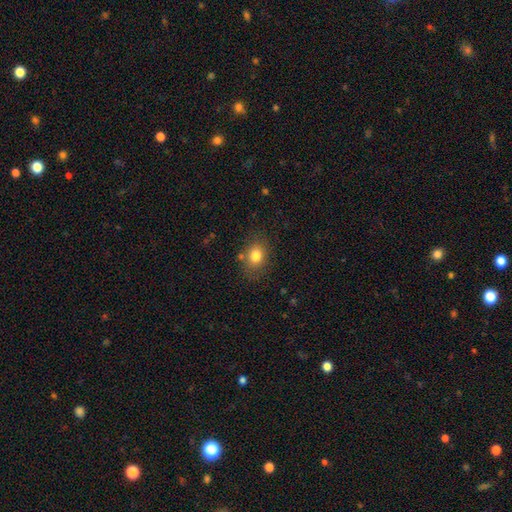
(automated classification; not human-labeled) Q: Smooth or featured?
A: smooth (80%); runner-up: star or artifact (11%)
Q: How rounded?
A: in between (55%); runner-up: round (44%)
Q: Merging?
A: none (78%); runner-up: minor disturbance (14%)